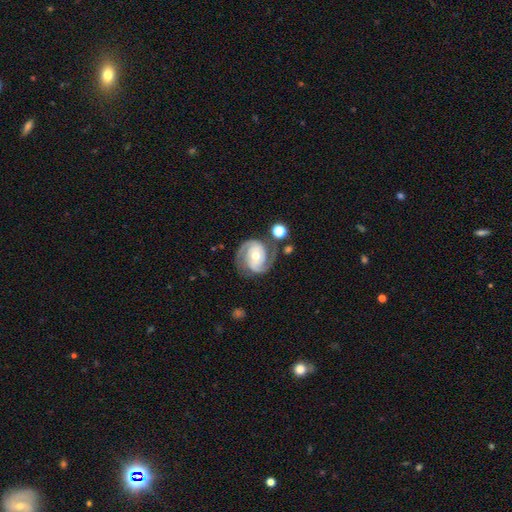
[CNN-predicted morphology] This is clearly a featured or disk galaxy (89%). It is clearly not viewed edge-on (97%). Bar: possibly no (53%). Spiral arm pattern: clearly yes (97%). Spiral arm count: clearly 2 (89%). Spiral winding: possibly tight (49%). Central bulge: likely moderate (66%). Merging: likely none (74%).